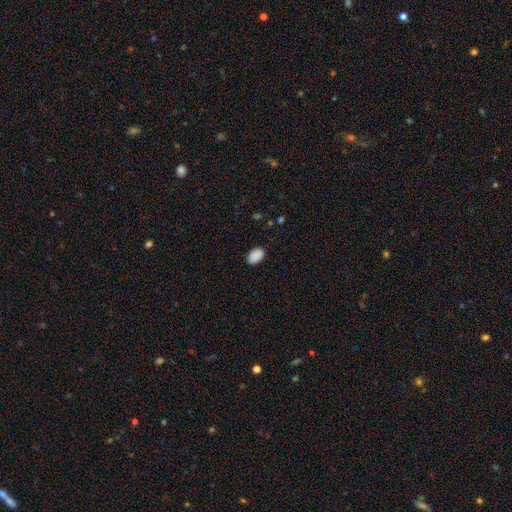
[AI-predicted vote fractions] A smooth galaxy with no disk features (90%) that is in between round and cigar-shaped (90%).

Vote fractions:
- Smooth or featured? smooth: 90% / star or artifact: 7% / featured or disk: 3%
- How rounded? in between: 90% / round: 9% / cigar-shaped: 1%
- Merging? none: 88% / minor disturbance: 9% / major disturbance: 2% / merger: 1%